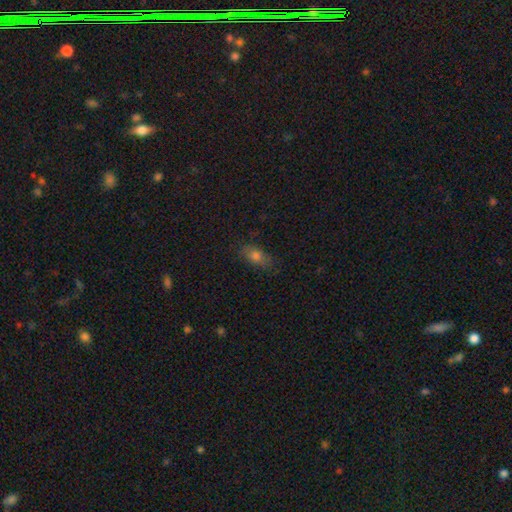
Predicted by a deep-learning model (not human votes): Smooth or featured? Predicted: smooth (p=0.72). How rounded? Predicted: in between (p=0.78). Merging? Predicted: none (p=0.78).